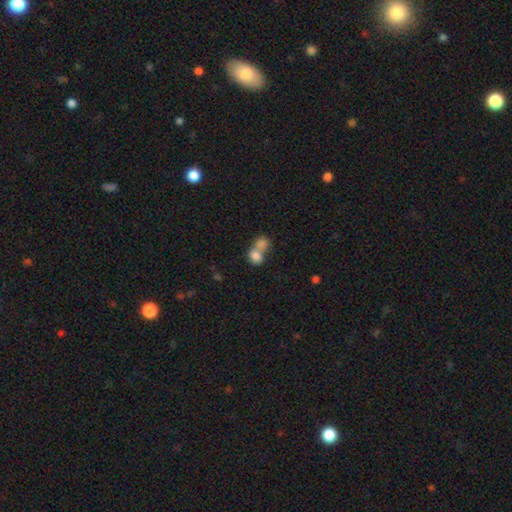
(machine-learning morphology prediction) Smooth or featured? Predicted: smooth (p=0.79). How rounded? Predicted: in between (p=0.58). Merging? Predicted: merger (p=0.72).